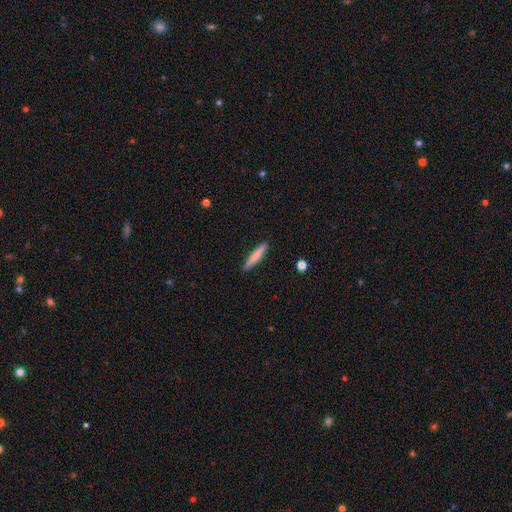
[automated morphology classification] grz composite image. It shows a smooth galaxy with no disk features (75%) that is cigar-shaped (93%). Merging: none (90%).